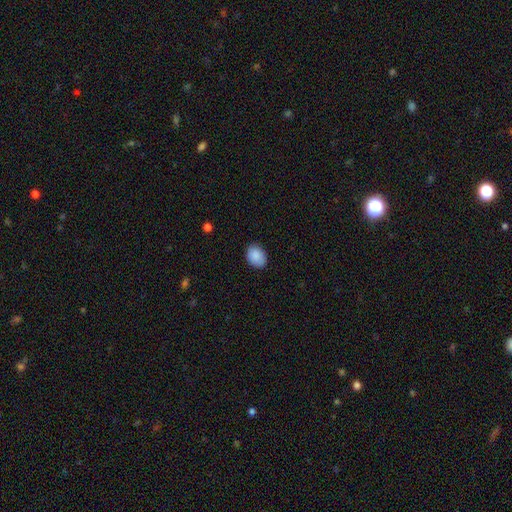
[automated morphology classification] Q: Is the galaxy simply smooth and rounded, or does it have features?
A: smooth — 88%.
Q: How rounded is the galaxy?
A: in between — 69%.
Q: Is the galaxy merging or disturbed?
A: none — 84%.